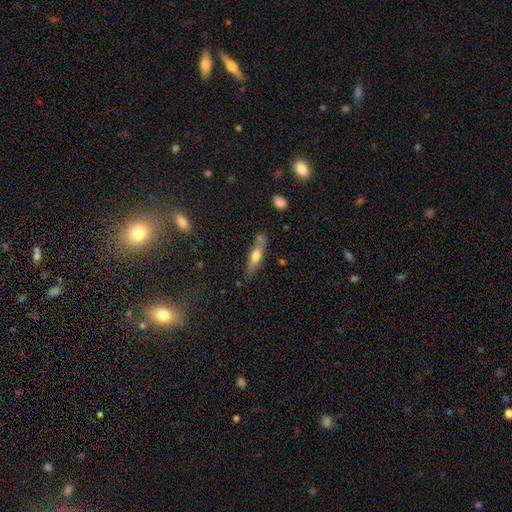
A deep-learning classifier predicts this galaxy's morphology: Smooth or featured?
  - smooth: 56% *
  - featured or disk: 37%
  - star or artifact: 7%
How rounded?
  - cigar-shaped: 70% *
  - in between: 27%
  - round: 3%
Merging?
  - none: 69% *
  - minor disturbance: 17%
  - merger: 10%
  - major disturbance: 4%